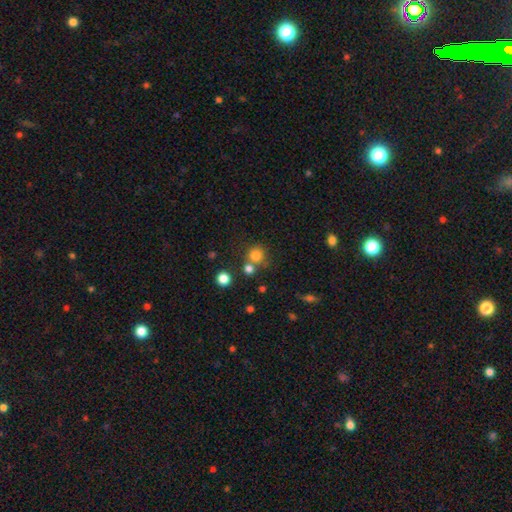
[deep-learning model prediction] Smooth or featured? smooth (79%)
How rounded? round (89%)
Merging? none (64%)